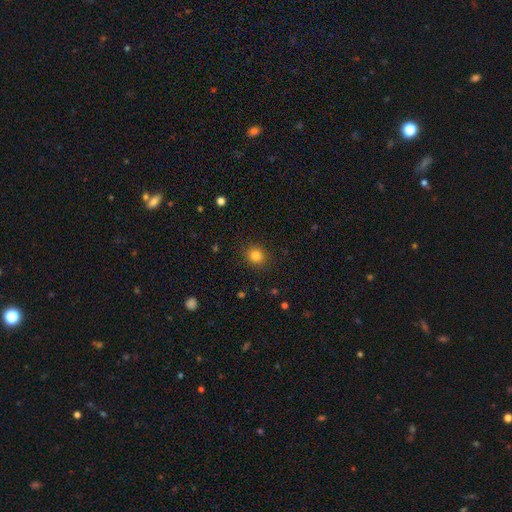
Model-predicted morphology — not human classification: This is clearly a smooth galaxy (83%). How rounded: clearly round (82%). Merging: clearly none (89%).